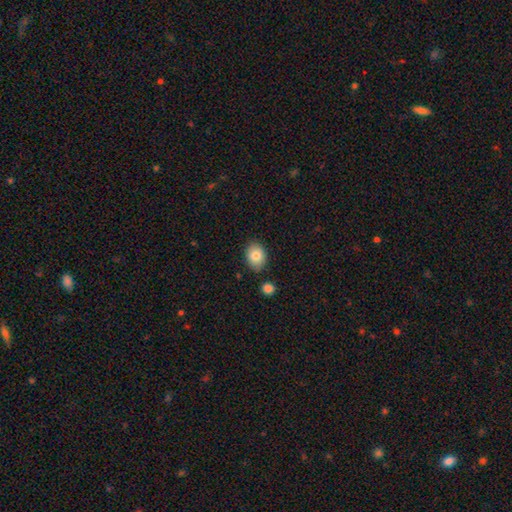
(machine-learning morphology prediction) A smooth galaxy with no disk features (83%) that is in between round and cigar-shaped (68%). Merging: none (81%).